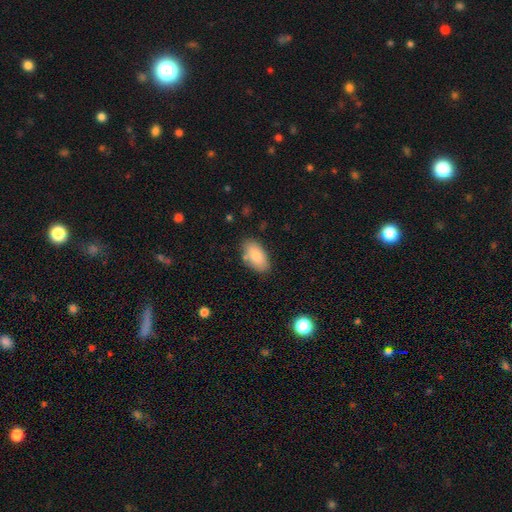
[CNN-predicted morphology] Overall: smooth (83%). How rounded: in between (94%). Merging: none (79%).